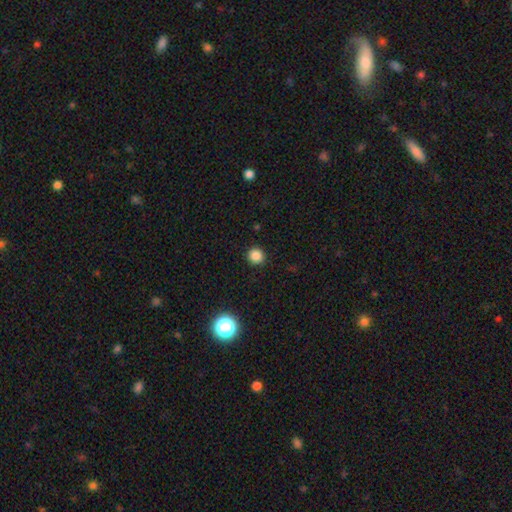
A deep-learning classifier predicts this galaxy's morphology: smooth-or-featured: smooth: 85% | star or artifact: 12% | featured or disk: 3%
  how-rounded: round: 93% | in between: 6% | cigar-shaped: 1%
  merging: none: 92% | minor disturbance: 5% | major disturbance: 2% | merger: 1%